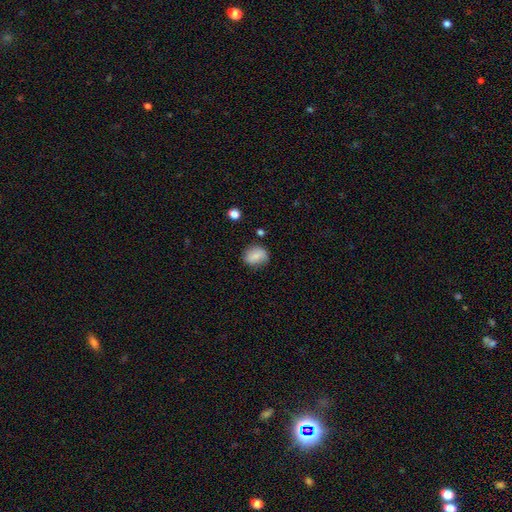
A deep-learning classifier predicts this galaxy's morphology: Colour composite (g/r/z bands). It shows a smooth galaxy with no disk features (75%) that is round (51%). Merging: none (70%).